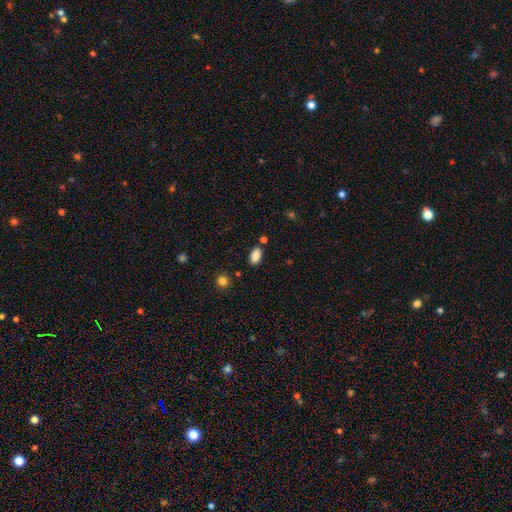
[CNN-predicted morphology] type=smooth (87%); roundness=in between (93%); merging=none (80%).